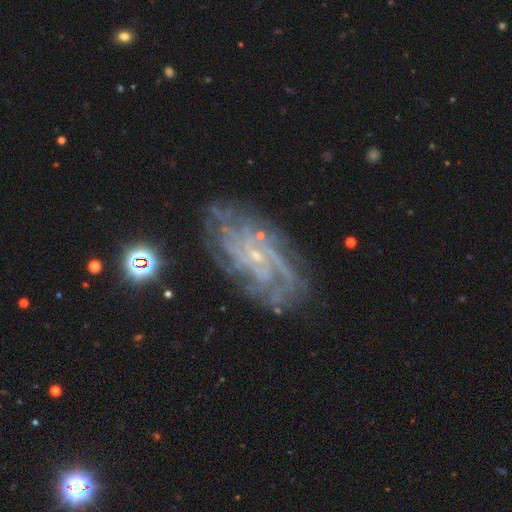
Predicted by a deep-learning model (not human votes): Q: Smooth or featured?
A: featured or disk (84%); runner-up: star or artifact (9%)
Q: Edge-on disk?
A: no (96%); runner-up: yes (4%)
Q: Bar?
A: no (69%); runner-up: weak (25%)
Q: Spiral arms?
A: yes (95%); runner-up: no (5%)
Q: Spiral winding?
A: tight (59%); runner-up: medium (31%)
Q: Spiral arm count?
A: can't tell (34%); runner-up: 4 (17%)
Q: Bulge size?
A: small (84%); runner-up: moderate (8%)
Q: Merging?
A: none (75%); runner-up: minor disturbance (16%)